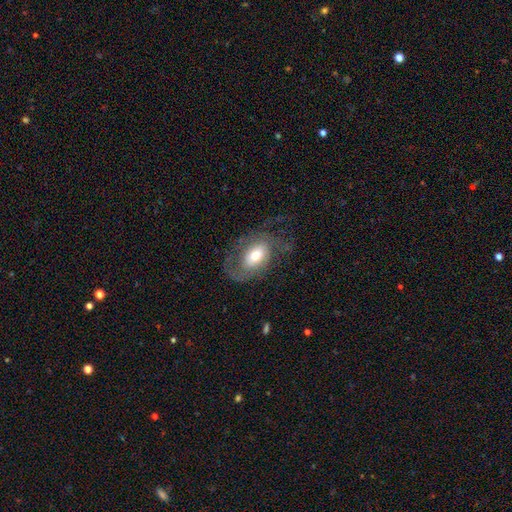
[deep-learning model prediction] Morphology: type=featured or disk (50%); edge-on=no (93%); merging=none (48%).